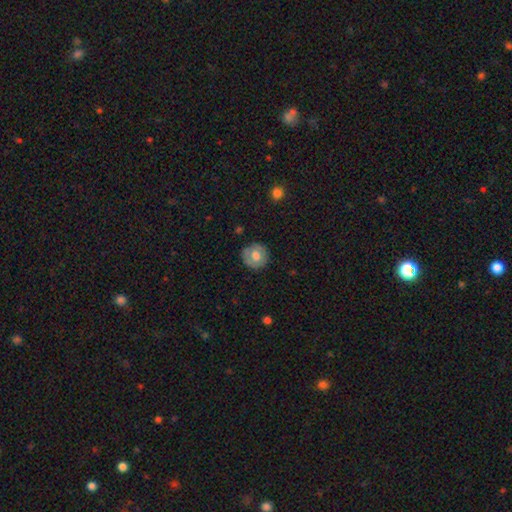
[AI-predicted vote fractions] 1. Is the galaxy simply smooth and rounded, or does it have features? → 63% smooth, 30% featured or disk, 7% star or artifact.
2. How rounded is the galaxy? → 90% round, 9% in between, 1% cigar-shaped.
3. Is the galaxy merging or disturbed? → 84% none, 12% minor disturbance, 3% major disturbance, 1% merger.